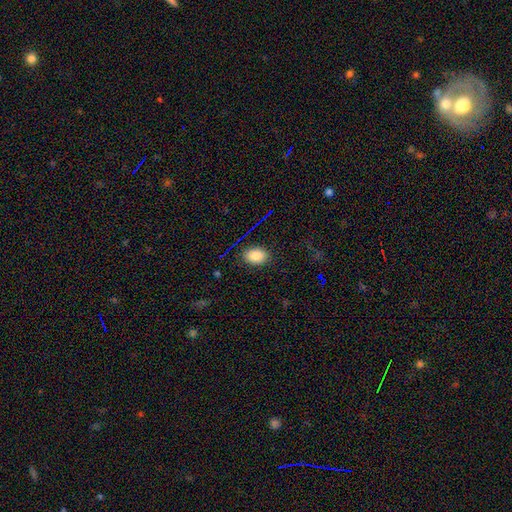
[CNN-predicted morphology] The model was most divided on "how rounded": in between: 80%, round: 19%, cigar-shaped: 1%. More confident: merging — none (85%); smooth or featured — smooth (84%).